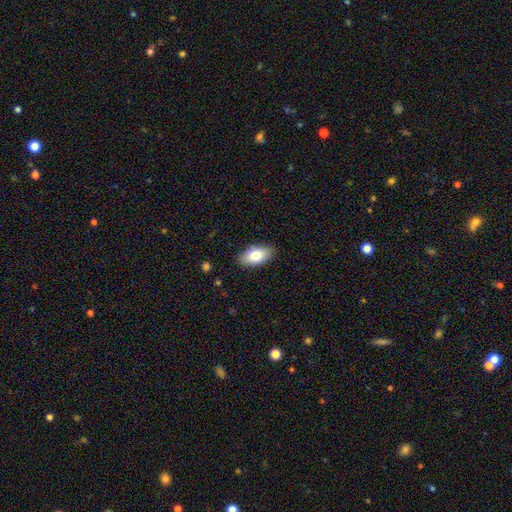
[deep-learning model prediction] Morphology: type=smooth (80%); roundness=in between (93%); merging=none (88%).